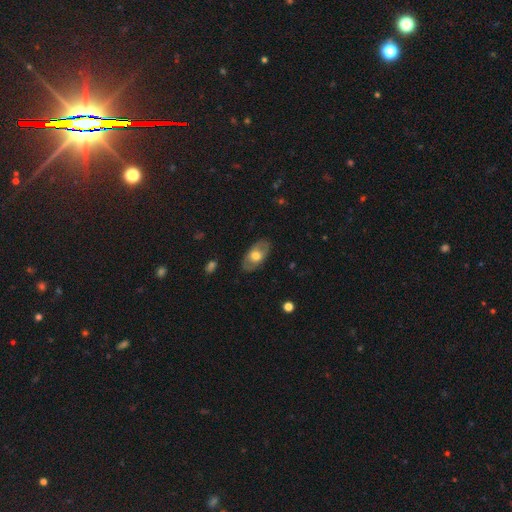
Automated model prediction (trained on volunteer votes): A smooth galaxy with no disk features (54%) that is in between round and cigar-shaped (91%). Merging: none (82%).